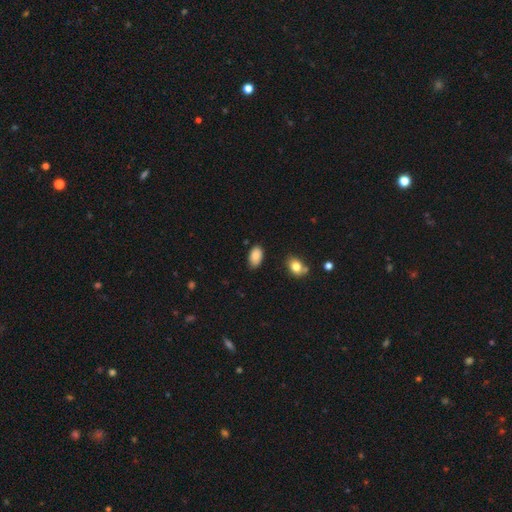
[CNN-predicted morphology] Smooth or featured?
  - smooth: 86% *
  - star or artifact: 8%
  - featured or disk: 6%
How rounded?
  - in between: 93% *
  - round: 6%
  - cigar-shaped: 1%
Merging?
  - none: 79% *
  - minor disturbance: 16%
  - major disturbance: 3%
  - merger: 2%